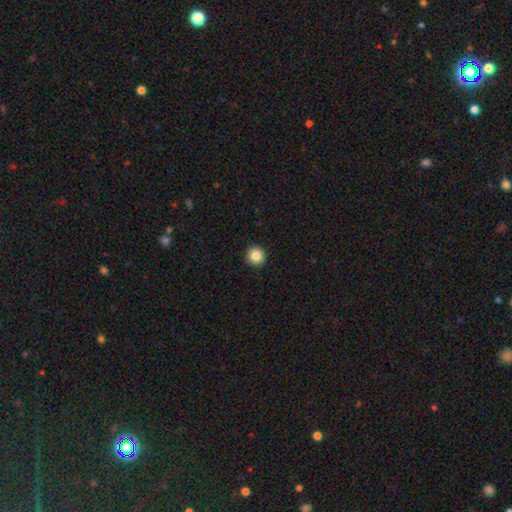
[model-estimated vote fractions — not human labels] Smooth or featured: smooth — 85% (star or artifact — 10%)
How rounded: round — 96% (in between — 3%)
Merging: none — 94% (minor disturbance — 4%)